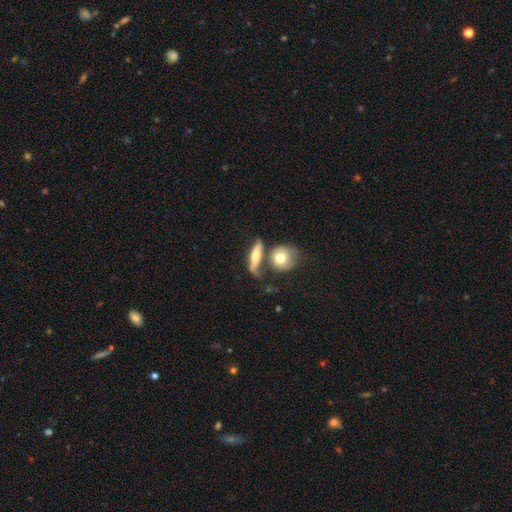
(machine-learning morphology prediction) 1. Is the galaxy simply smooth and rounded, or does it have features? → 58% smooth, 35% featured or disk, 7% star or artifact.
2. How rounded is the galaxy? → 47% cigar-shaped, 39% in between, 15% round.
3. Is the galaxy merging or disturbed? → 49% none, 25% merger, 17% minor disturbance, 8% major disturbance.